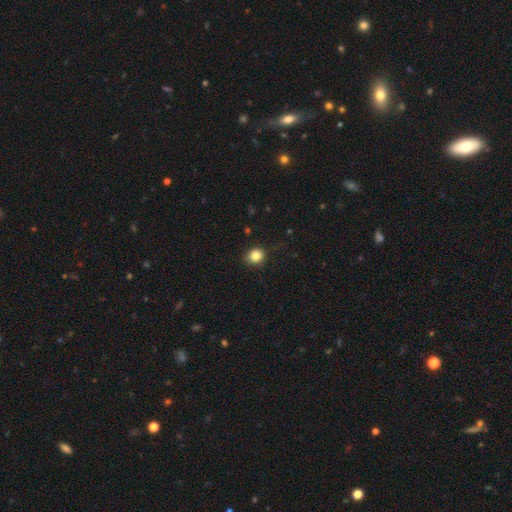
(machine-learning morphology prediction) smooth_or_featured: smooth (p=0.85) [alt: star or artifact p=0.10]
how_rounded: round (p=0.75) [alt: in between p=0.24]
merging: none (p=0.83) [alt: minor disturbance p=0.13]